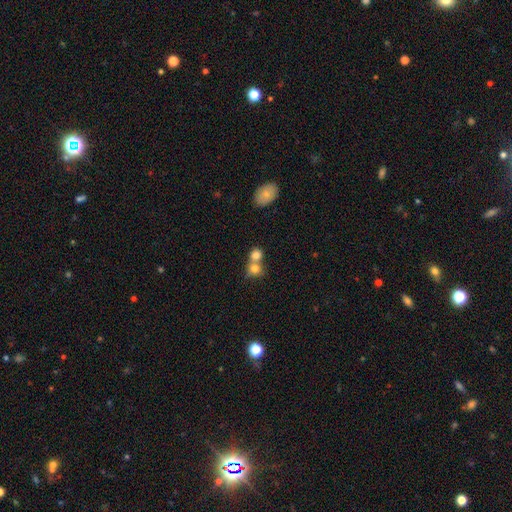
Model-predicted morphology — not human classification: Q: Smooth or featured?
A: smooth (79%); runner-up: featured or disk (11%)
Q: How rounded?
A: round (74%); runner-up: in between (25%)
Q: Merging?
A: merger (59%); runner-up: none (33%)